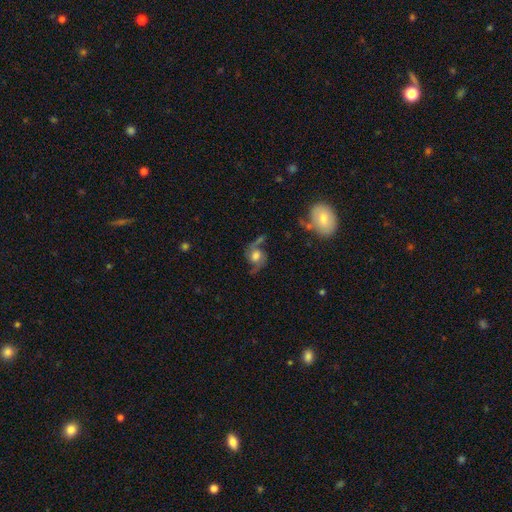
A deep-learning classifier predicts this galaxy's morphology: Q: Smooth or featured?
A: featured or disk (72%); runner-up: smooth (19%)
Q: Edge-on disk?
A: no (96%); runner-up: yes (4%)
Q: Bar?
A: no (60%); runner-up: weak (33%)
Q: Spiral arms?
A: yes (92%); runner-up: no (8%)
Q: Spiral winding?
A: loose (59%); runner-up: medium (33%)
Q: Spiral arm count?
A: 2 (91%); runner-up: can't tell (3%)
Q: Bulge size?
A: moderate (40%); runner-up: large (39%)
Q: Merging?
A: none (60%); runner-up: minor disturbance (19%)